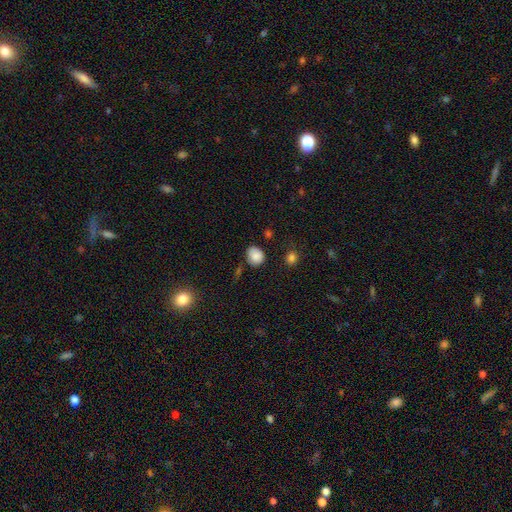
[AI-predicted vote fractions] This appears to be a smooth galaxy with no disk features (86%) that is round (68%). Merging: none (73%).